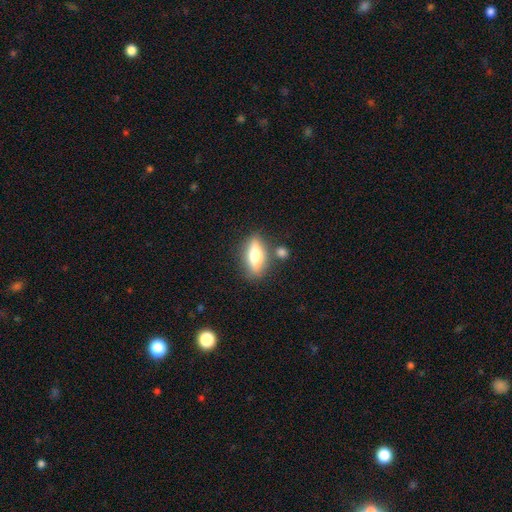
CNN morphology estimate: Smooth or featured? Predicted: smooth (p=0.60). How rounded? Predicted: in between (p=0.69). Merging? Predicted: none (p=0.74).